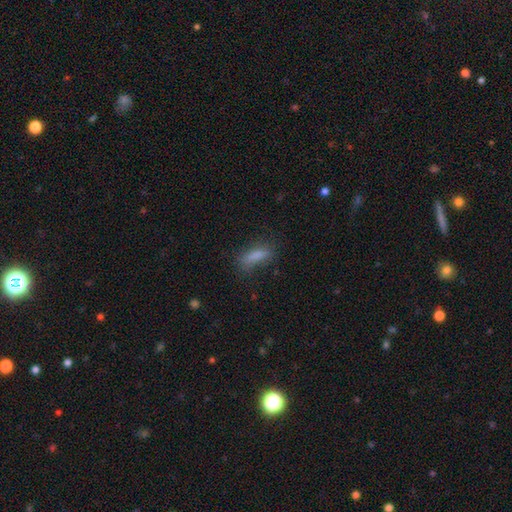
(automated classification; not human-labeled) smooth-or-featured: smooth: 77% | featured or disk: 12% | star or artifact: 11%
  how-rounded: cigar-shaped: 49% (tied) | in between: 49% (tied) | round: 3%
  merging: none: 60% | minor disturbance: 24% | major disturbance: 14% | merger: 3%